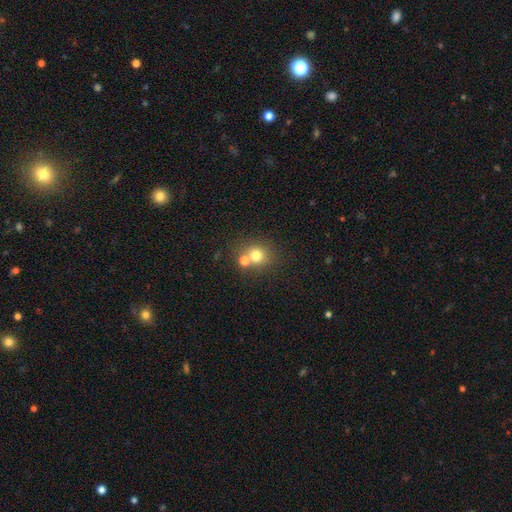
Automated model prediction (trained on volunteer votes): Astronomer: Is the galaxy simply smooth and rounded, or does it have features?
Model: smooth — 75%.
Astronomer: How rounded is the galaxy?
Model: round — 85%.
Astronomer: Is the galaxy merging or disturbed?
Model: none — 58%.